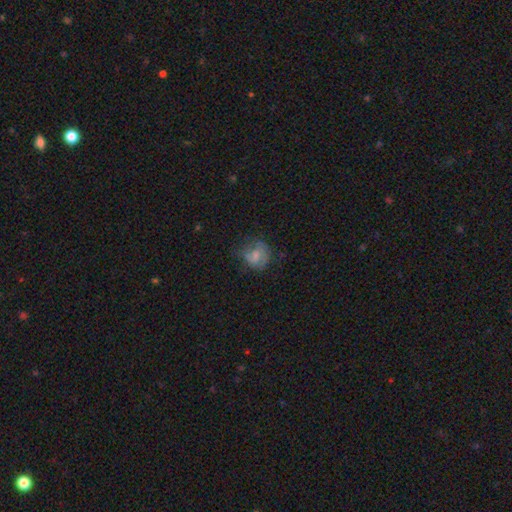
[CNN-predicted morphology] The model was most divided on "smooth or featured": smooth: 55%, featured or disk: 35%, star or artifact: 10%. More confident: how rounded — round (69%); merging — none (50%).